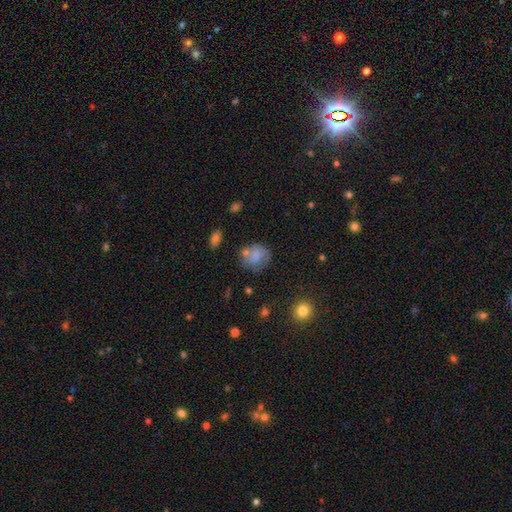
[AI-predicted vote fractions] Morphology: type=smooth (61%); roundness=round (71%); merging=none (51%).